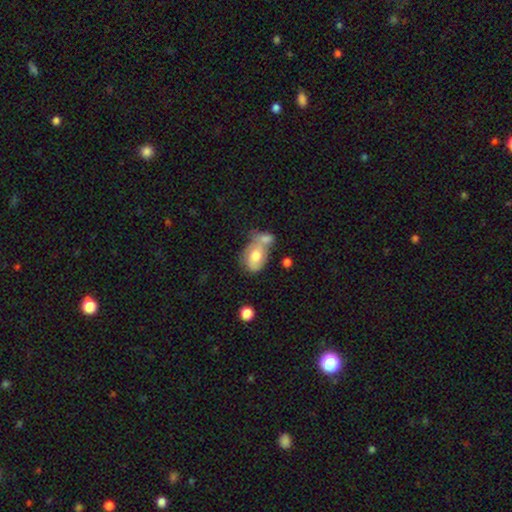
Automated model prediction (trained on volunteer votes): This is likely a smooth galaxy (61%). How rounded: clearly in between (80%). Merging: possibly merger (53%).